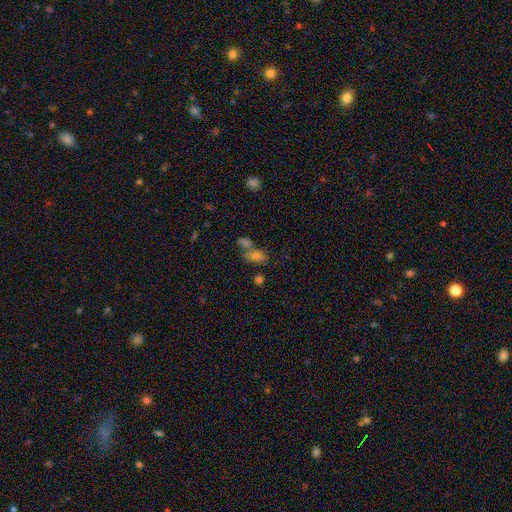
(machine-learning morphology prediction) Smooth or featured? Predicted: smooth (p=0.66). How rounded? Predicted: in between (p=0.78). Merging? Predicted: none (p=0.42).